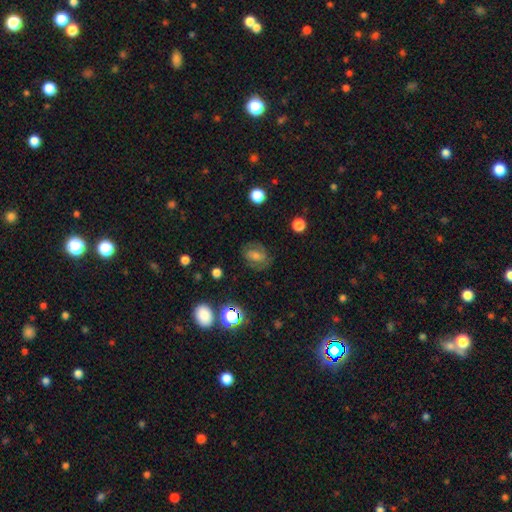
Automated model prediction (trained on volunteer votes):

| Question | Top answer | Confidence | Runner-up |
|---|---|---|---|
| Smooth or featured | smooth | 45% | featured or disk (36%) |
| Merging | none | 78% | minor disturbance (14%) |